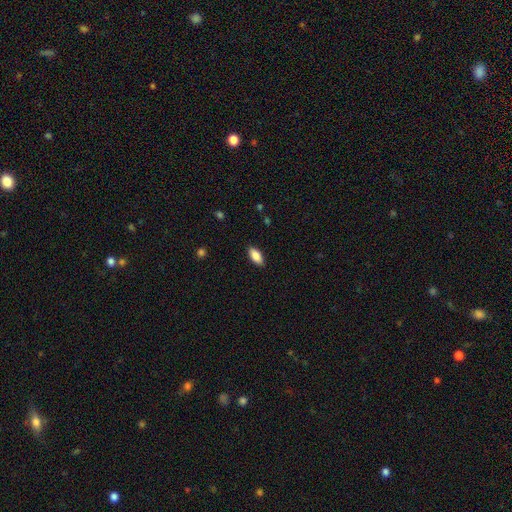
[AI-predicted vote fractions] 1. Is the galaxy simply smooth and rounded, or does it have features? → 84% smooth, 10% featured or disk, 6% star or artifact.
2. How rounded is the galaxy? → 86% in between, 12% cigar-shaped, 2% round.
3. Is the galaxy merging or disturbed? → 88% none, 9% minor disturbance, 2% major disturbance, 1% merger.